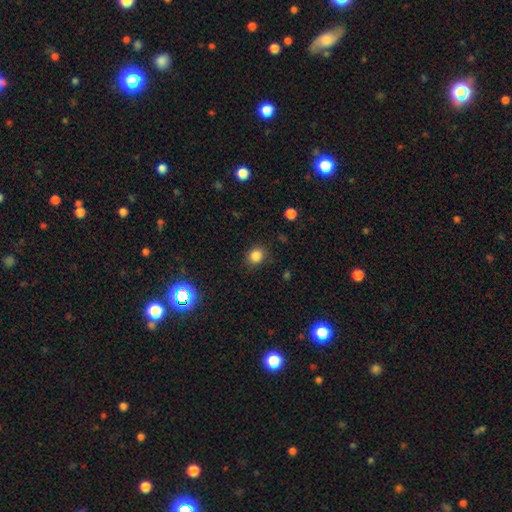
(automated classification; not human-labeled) Smooth or featured? Predicted: smooth (p=0.84). How rounded? Predicted: round (p=0.75). Merging? Predicted: none (p=0.85).